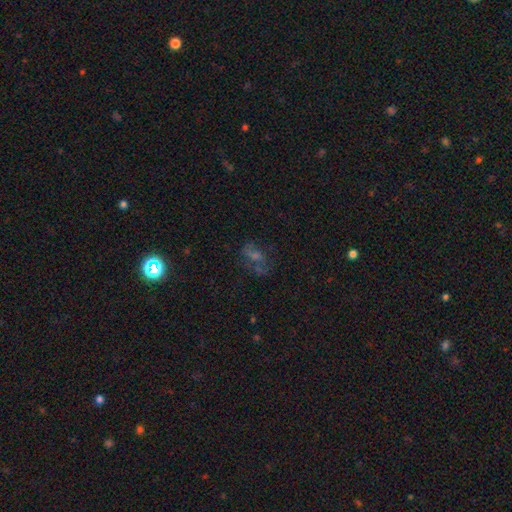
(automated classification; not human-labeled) This is marginally a featured or disk galaxy (35%). Merging: possibly none (52%).